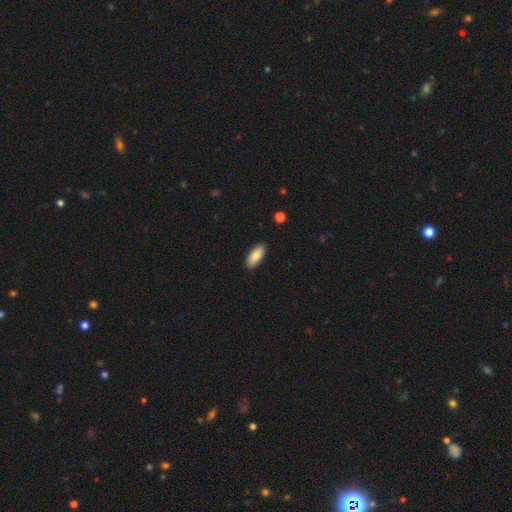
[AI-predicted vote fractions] This is clearly a smooth galaxy (85%). How rounded: clearly in between (81%). Merging: clearly none (90%).